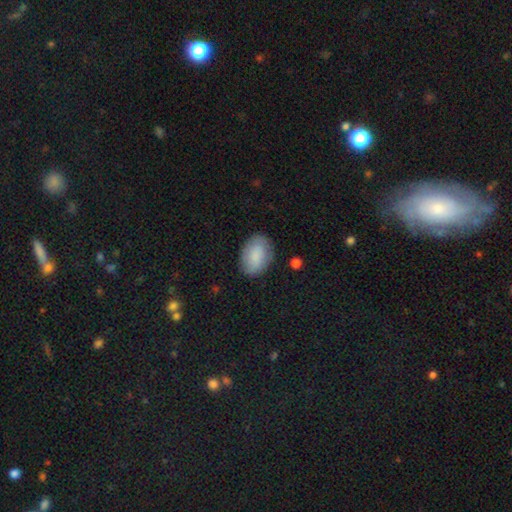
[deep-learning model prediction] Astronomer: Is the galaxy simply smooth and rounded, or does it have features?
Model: smooth — 83%.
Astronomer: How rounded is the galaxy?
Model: in between — 85%.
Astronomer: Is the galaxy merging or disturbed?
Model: none — 82%.